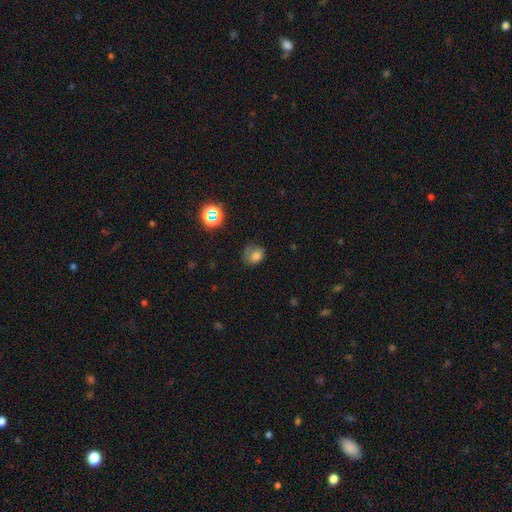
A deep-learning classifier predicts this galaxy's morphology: A smooth galaxy with no disk features (69%) that is round (50%).

Vote fractions:
- Smooth or featured? smooth: 69% / star or artifact: 16% / featured or disk: 15%
- How rounded? round: 50% / in between: 49% / cigar-shaped: 1%
- Merging? none: 46% / minor disturbance: 29% / major disturbance: 22% / merger: 3%